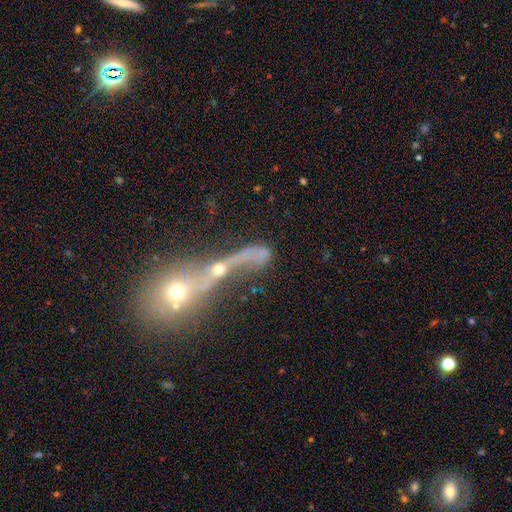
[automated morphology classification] type=featured or disk (56%); edge-on=no (80%); merging=merger (65%).